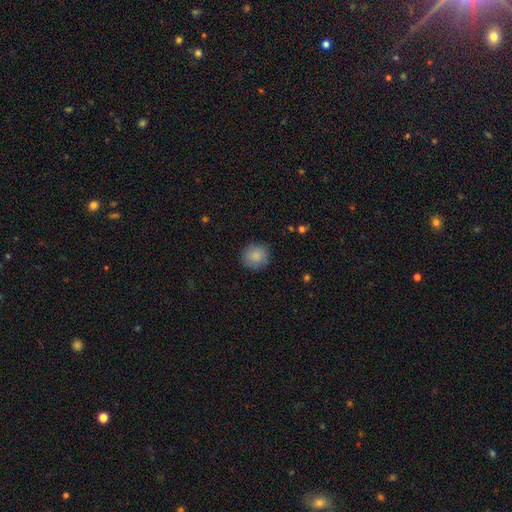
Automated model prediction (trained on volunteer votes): smooth 87%, star or artifact 8%, featured or disk 6%. Down the decision tree: how rounded — round (86%); merging — none (86%).